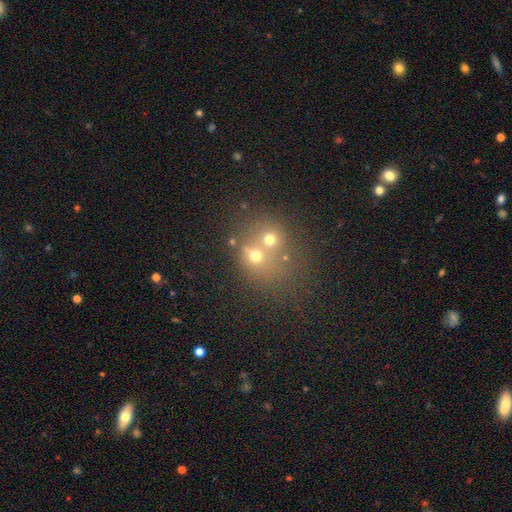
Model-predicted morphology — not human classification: smooth 58%, star or artifact 24%, featured or disk 18%. Down the decision tree: how rounded — round (69%); merging — merger (52%).